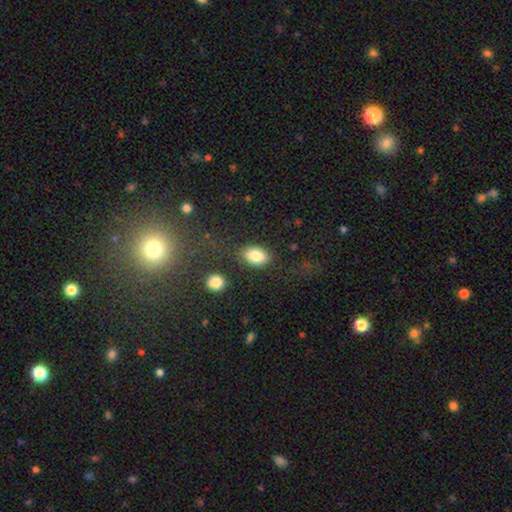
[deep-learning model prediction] smooth_or_featured: smooth (p=0.85) [alt: star or artifact p=0.08]
how_rounded: in between (p=0.86) [alt: round p=0.13]
merging: none (p=0.80) [alt: minor disturbance p=0.12]